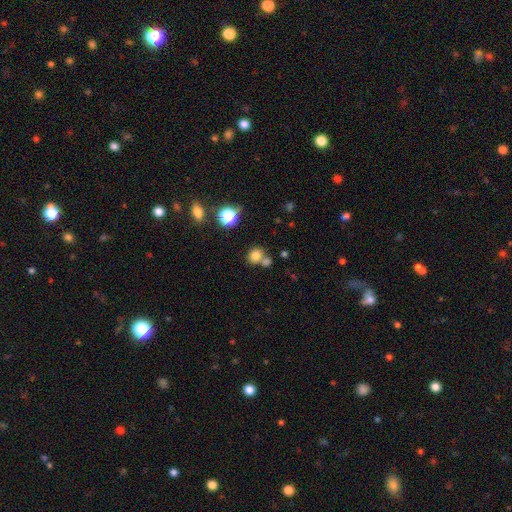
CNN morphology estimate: This appears to be a smooth galaxy with no disk features (78%) that is round (76%). Merging: none (57%).